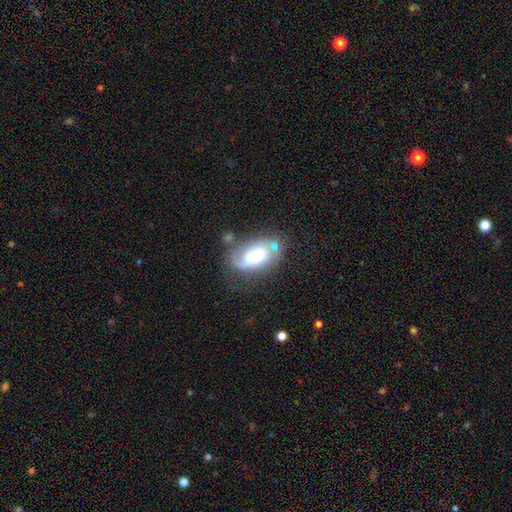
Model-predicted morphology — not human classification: A featured or disk galaxy (64%) with no bar (58%), 2 (58%) medium (41%) spiral arms (84%) and a moderate central bulge (42%).

Vote fractions:
- Smooth or featured? featured or disk: 64% / smooth: 29% / star or artifact: 8%
- Edge-on disk? no: 95% / yes: 5%
- Bar? no: 58% / weak: 32% / strong: 9%
- Spiral arms? yes: 84% / no: 16%
- Spiral winding? medium: 41% / tight: 37% / loose: 22%
- Spiral arm count? 2: 58% / 1: 19% / can't tell: 18% / 3: 3% / 4: 1% / more than 4: 1%
- Bulge size? moderate: 42% / small: 29% / large: 20% / none: 5% / dominant: 4%
- Merging? none: 49% / minor disturbance: 24% / major disturbance: 14% / merger: 13%